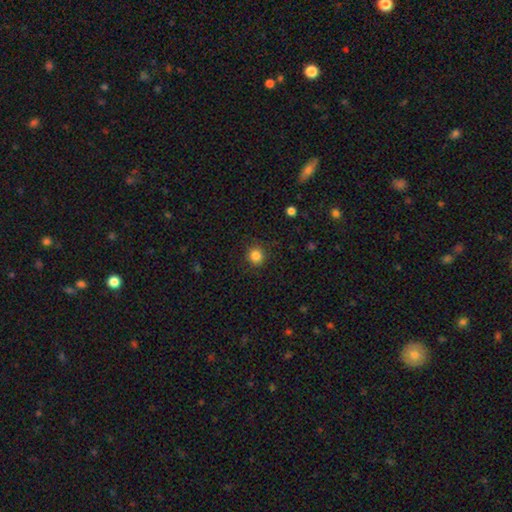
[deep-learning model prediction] This appears to be a smooth galaxy with no disk features (85%) that is round (91%). Merging: none (90%).